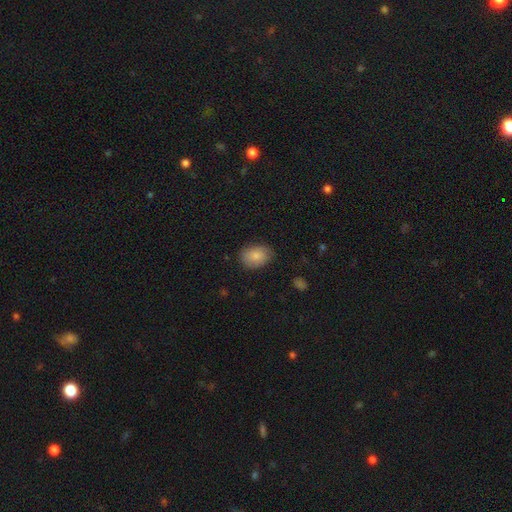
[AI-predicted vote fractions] The model was most divided on "how rounded": in between: 71%, round: 28%, cigar-shaped: 1%. More confident: smooth or featured — smooth (84%); merging — none (80%).